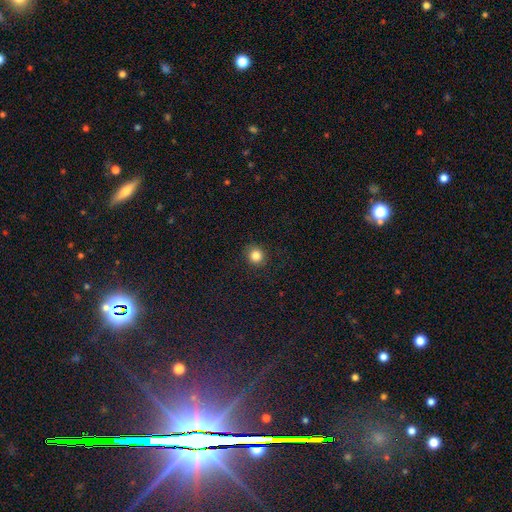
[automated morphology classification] Q: Smooth or featured?
A: smooth (84%); runner-up: star or artifact (12%)
Q: How rounded?
A: round (91%); runner-up: in between (8%)
Q: Merging?
A: none (89%); runner-up: minor disturbance (7%)